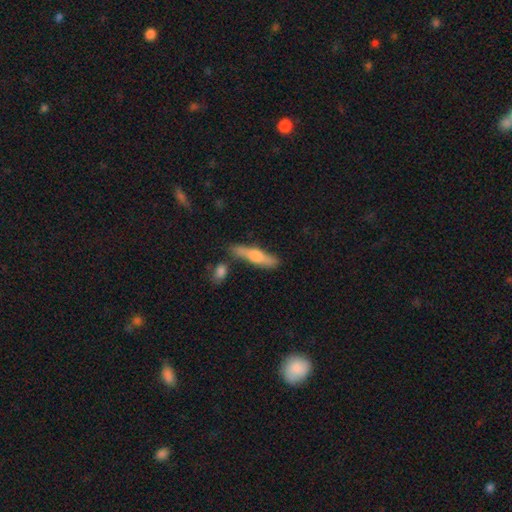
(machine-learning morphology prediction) A smooth galaxy with no disk features (49%).

Vote fractions:
- Smooth or featured? smooth: 49% / featured or disk: 45% / star or artifact: 6%
- Merging? none: 72% / minor disturbance: 15% / merger: 9% / major disturbance: 4%